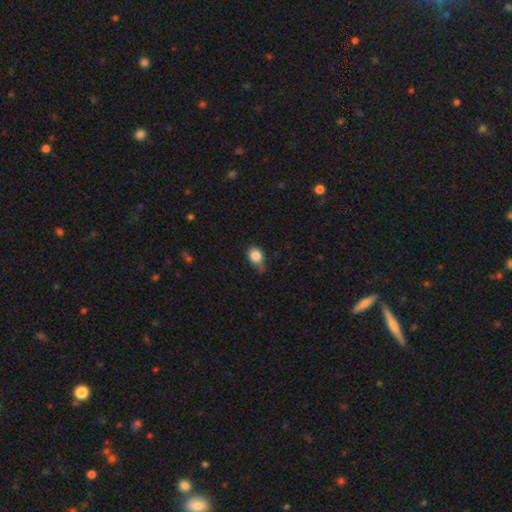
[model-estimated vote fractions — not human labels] The model was most divided on "merging": none: 45%, minor disturbance: 42%, major disturbance: 10%, merger: 3%. More confident: smooth or featured — smooth (84%); how rounded — in between (54%).